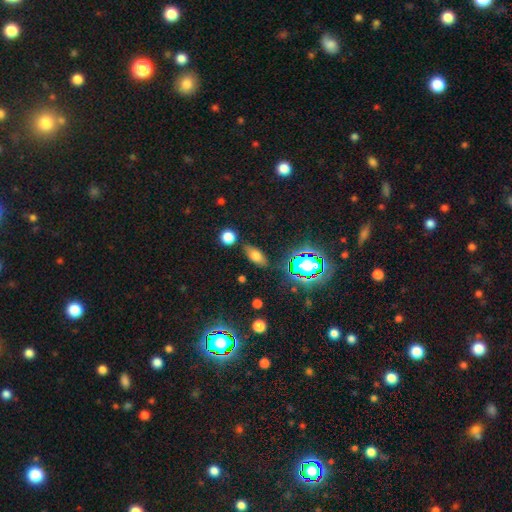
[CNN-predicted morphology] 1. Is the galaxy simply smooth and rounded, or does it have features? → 66% smooth, 18% star or artifact, 17% featured or disk.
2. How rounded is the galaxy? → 78% in between, 15% cigar-shaped, 8% round.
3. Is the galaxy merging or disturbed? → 78% none, 14% minor disturbance, 4% major disturbance, 4% merger.